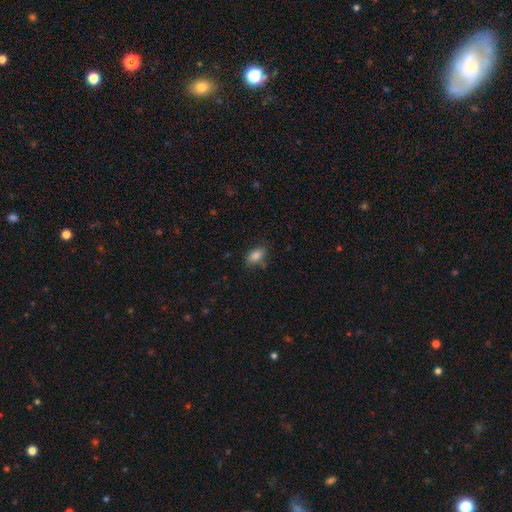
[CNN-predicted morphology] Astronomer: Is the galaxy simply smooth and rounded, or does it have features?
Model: smooth — 84%.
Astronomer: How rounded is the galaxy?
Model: in between — 87%.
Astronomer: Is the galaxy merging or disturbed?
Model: none — 73%.